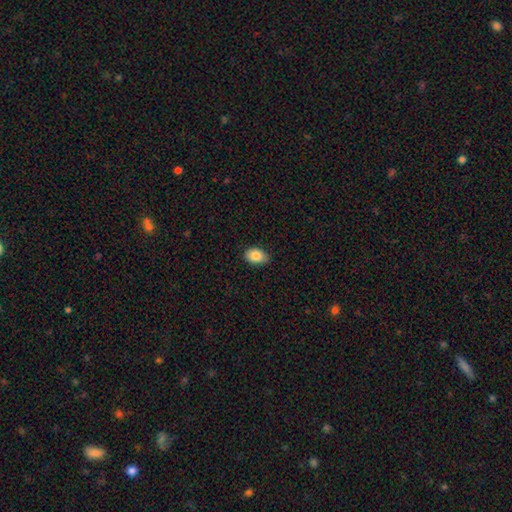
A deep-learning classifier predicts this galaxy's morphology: smooth_or_featured: smooth (p=0.85) [alt: star or artifact p=0.08]
how_rounded: in between (p=0.80) [alt: round p=0.19]
merging: none (p=0.81) [alt: minor disturbance p=0.16]